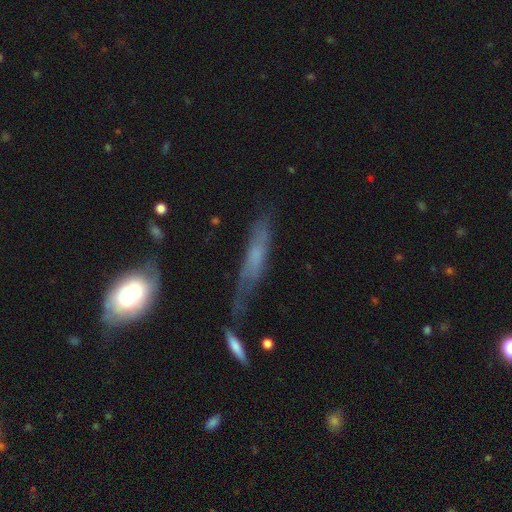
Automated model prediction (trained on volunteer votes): A smooth galaxy with no disk features (48%).

Vote fractions:
- Smooth or featured? smooth: 48% / featured or disk: 42% / star or artifact: 11%
- Merging? none: 48% / minor disturbance: 27% / major disturbance: 16% / merger: 8%